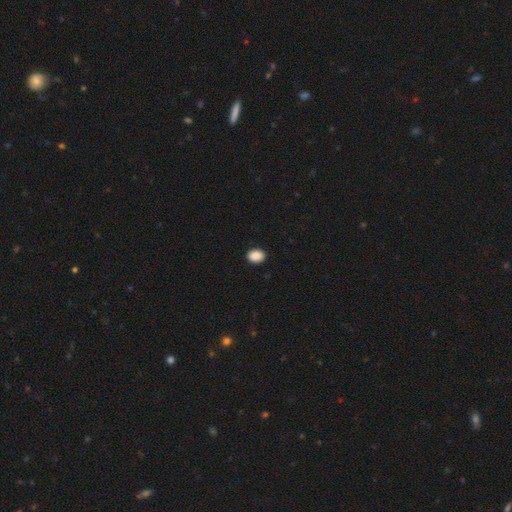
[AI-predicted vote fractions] Q: Smooth or featured?
A: smooth (90%); runner-up: star or artifact (8%)
Q: How rounded?
A: in between (57%); runner-up: round (42%)
Q: Merging?
A: none (91%); runner-up: minor disturbance (7%)